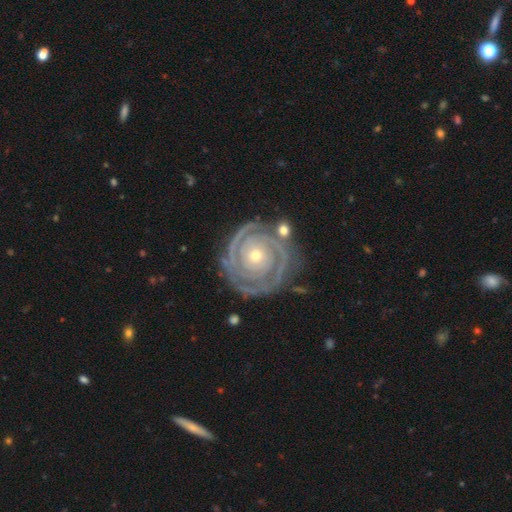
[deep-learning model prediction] A featured or disk galaxy (92%) with no bar (82%), 2 (49%) tight (88%) spiral arms (98%) and a small central bulge (59%). Merging: none (79%).